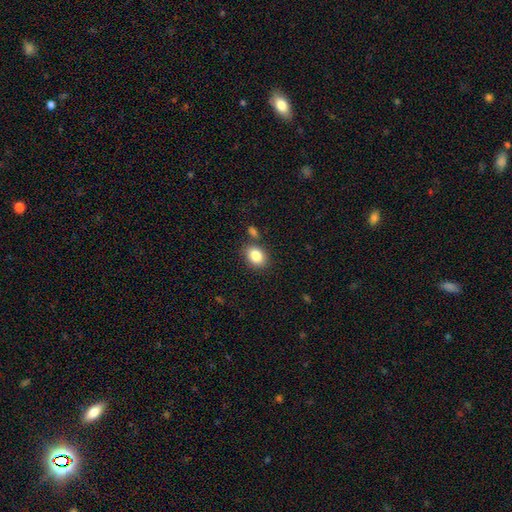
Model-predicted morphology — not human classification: This appears to be a smooth galaxy with no disk features (85%) that is in between round and cigar-shaped (64%). Merging: none (77%).